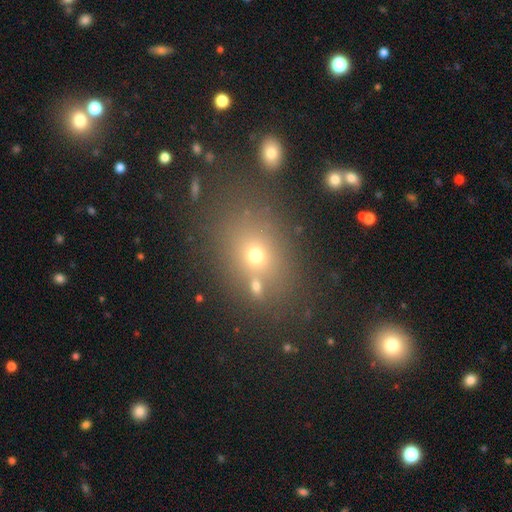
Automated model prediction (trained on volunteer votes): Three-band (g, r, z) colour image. It shows a smooth galaxy with no disk features (60%) that is in between round and cigar-shaped (50%). Merging: none (70%).